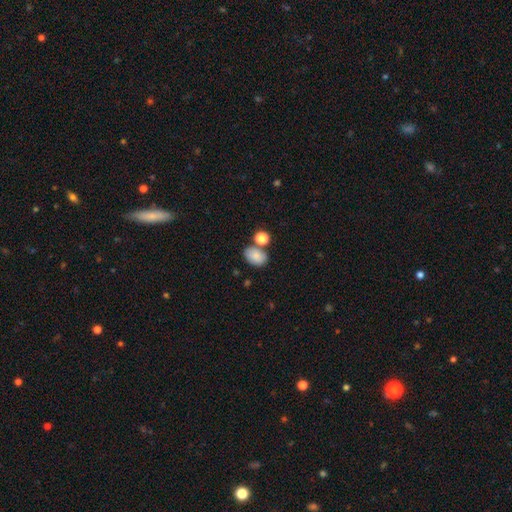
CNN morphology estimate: A smooth galaxy with no disk features (84%) that is in between round and cigar-shaped (82%). Merging: none (64%).